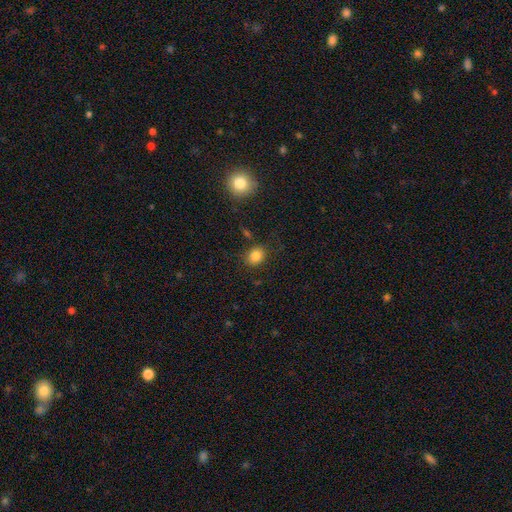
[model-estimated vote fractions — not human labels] smooth 83%, star or artifact 11%, featured or disk 6%. Down the decision tree: how rounded — round (59%); merging — none (81%).